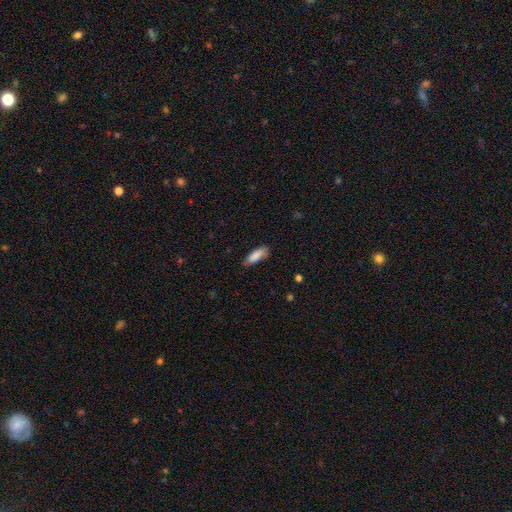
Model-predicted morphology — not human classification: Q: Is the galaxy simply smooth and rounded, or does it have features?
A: smooth — 85%.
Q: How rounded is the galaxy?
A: in between — 57%.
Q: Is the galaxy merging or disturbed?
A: none — 76%.